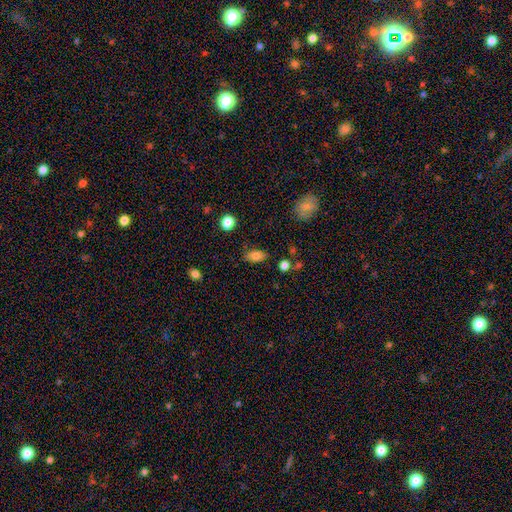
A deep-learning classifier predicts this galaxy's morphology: Overall: smooth (82%). How rounded: in between (88%). Merging: none (81%).